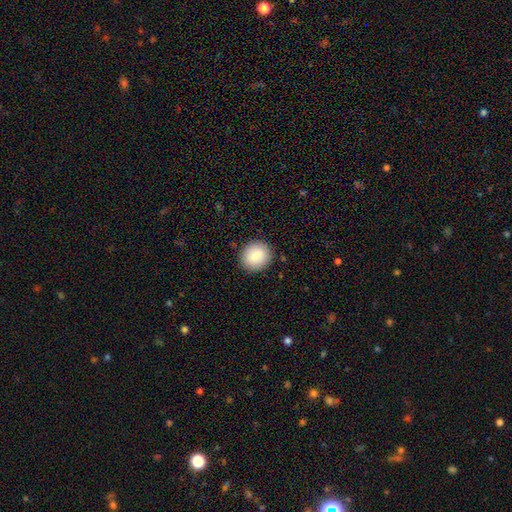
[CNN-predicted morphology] A smooth galaxy with no disk features (86%) that is round (82%). Merging: none (90%).